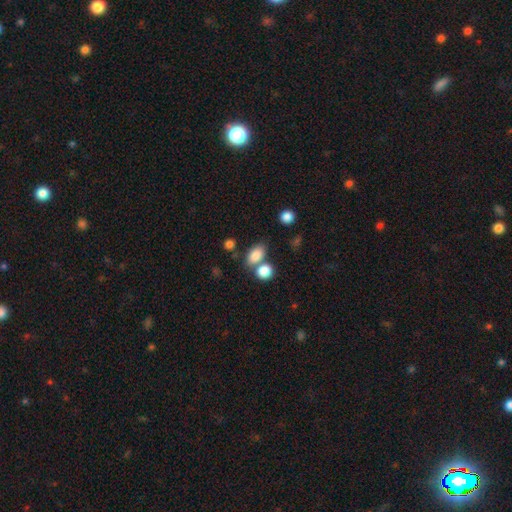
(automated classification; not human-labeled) smooth-or-featured: smooth: 83% | star or artifact: 10% | featured or disk: 7%
  how-rounded: in between: 79% | round: 19% | cigar-shaped: 2%
  merging: none: 53% | merger: 32% | minor disturbance: 11% | major disturbance: 4%